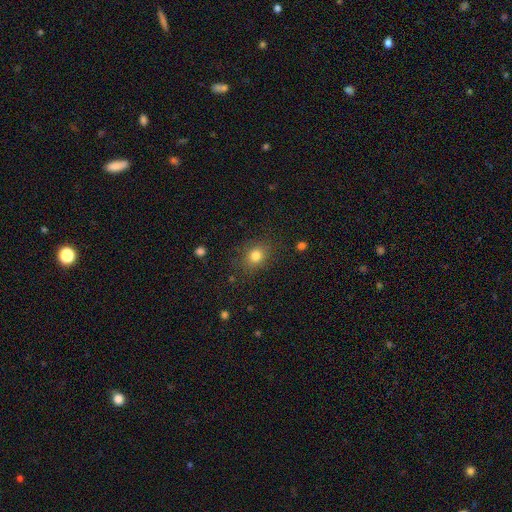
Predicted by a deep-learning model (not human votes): The model was most divided on "how rounded": round: 63%, in between: 36%, cigar-shaped: 1%. More confident: merging — none (83%); smooth or featured — smooth (81%).